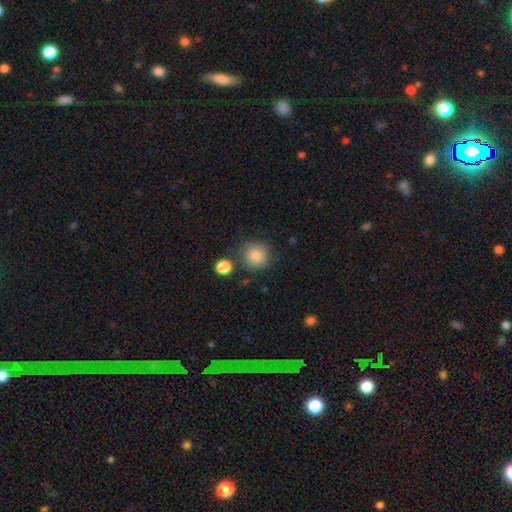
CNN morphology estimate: Smooth or featured? Predicted: smooth (p=0.84). How rounded? Predicted: round (p=0.91). Merging? Predicted: none (p=0.79).